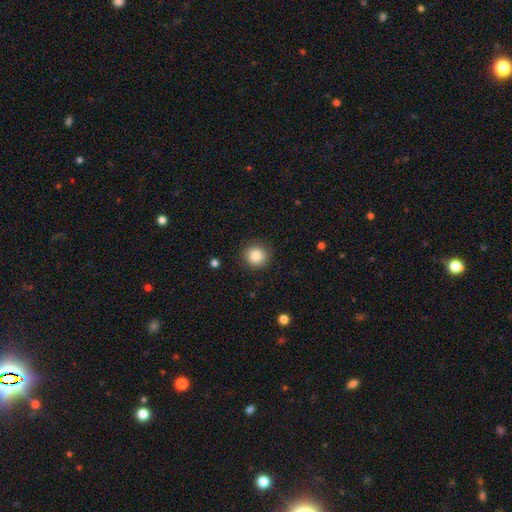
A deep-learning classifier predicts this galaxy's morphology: type=smooth (84%); roundness=round (91%); merging=none (88%).